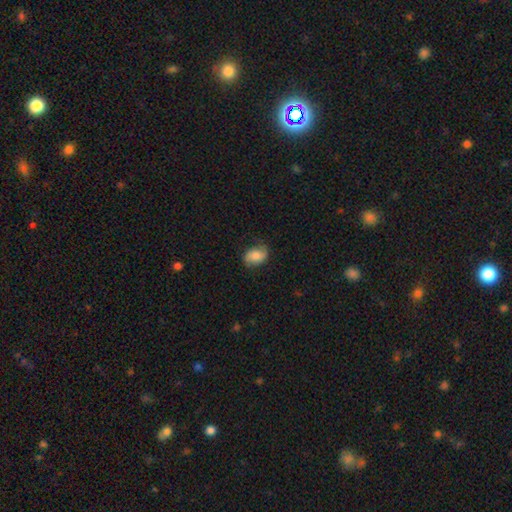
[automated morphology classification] Smooth or featured: smooth — 66% (featured or disk — 26%)
How rounded: in between — 76% (round — 23%)
Merging: none — 71% (minor disturbance — 22%)